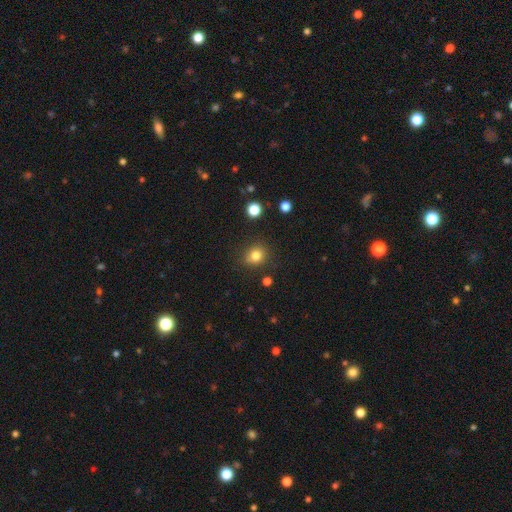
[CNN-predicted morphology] The model was most divided on "how rounded": round: 81%, in between: 18%, cigar-shaped: 1%. More confident: merging — none (83%); smooth or featured — smooth (81%).